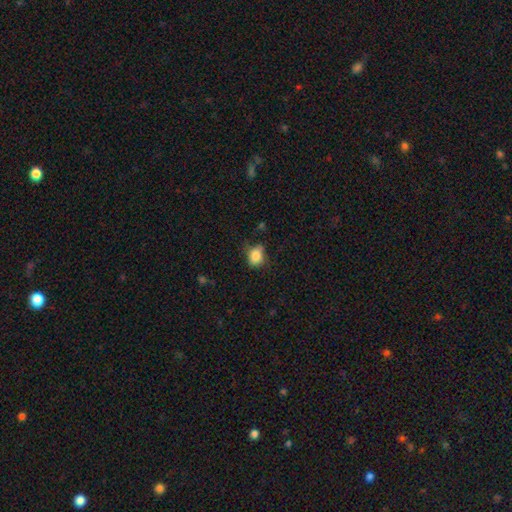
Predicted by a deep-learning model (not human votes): Q: Smooth or featured?
A: smooth (84%); runner-up: star or artifact (9%)
Q: How rounded?
A: in between (59%); runner-up: round (40%)
Q: Merging?
A: none (61%); runner-up: minor disturbance (29%)